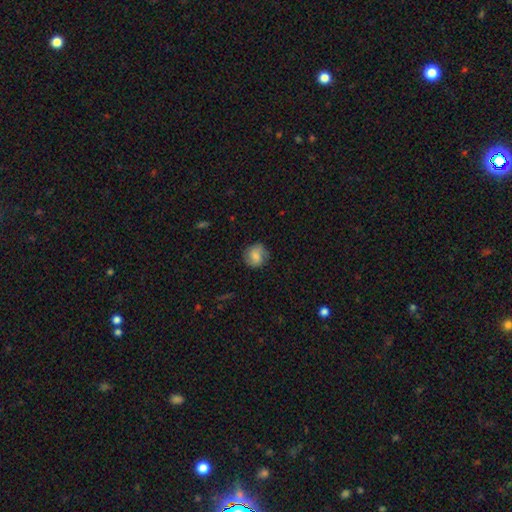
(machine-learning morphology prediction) Smooth or featured? smooth (71%)
How rounded? round (83%)
Merging? none (75%)